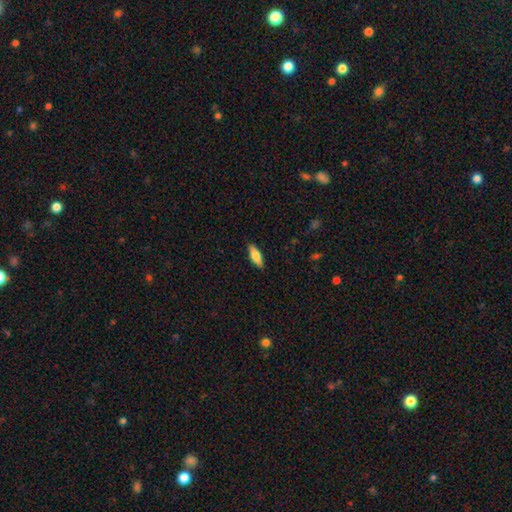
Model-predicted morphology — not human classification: Smooth or featured: smooth — 72% (featured or disk — 22%)
How rounded: in between — 60% (cigar-shaped — 37%)
Merging: none — 88% (minor disturbance — 9%)